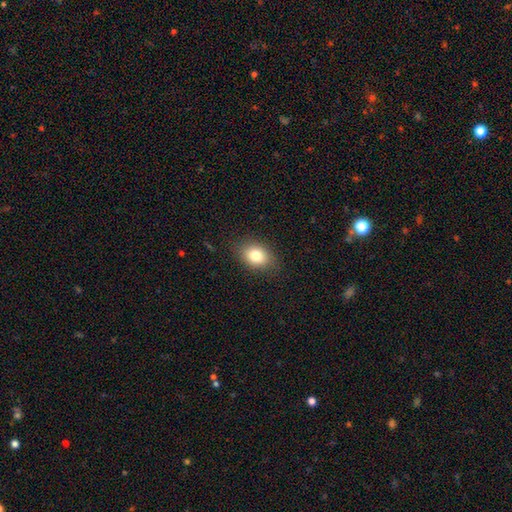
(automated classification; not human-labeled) Overall: smooth (80%). How rounded: in between (70%). Merging: none (84%).